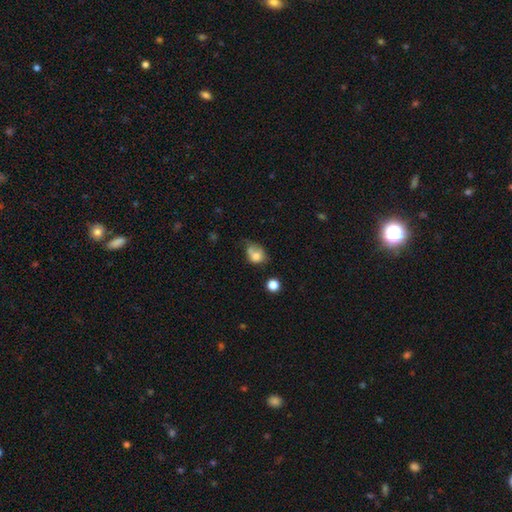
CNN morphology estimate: This is likely a smooth galaxy (72%). How rounded: possibly in between (50%). Merging: marginally none (31%, tied with merger).